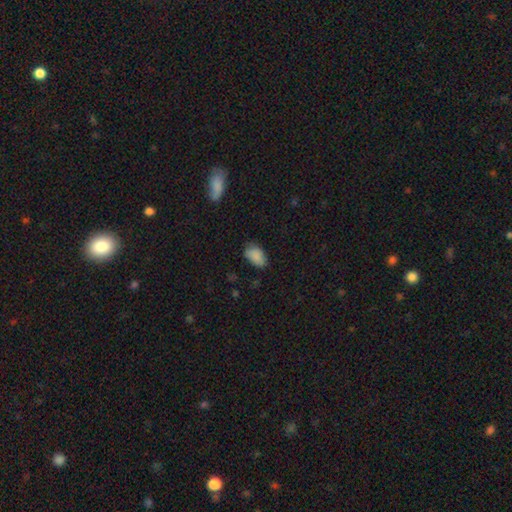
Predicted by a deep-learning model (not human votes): Morphology: type=smooth (86%); roundness=in between (90%); merging=none (68%).